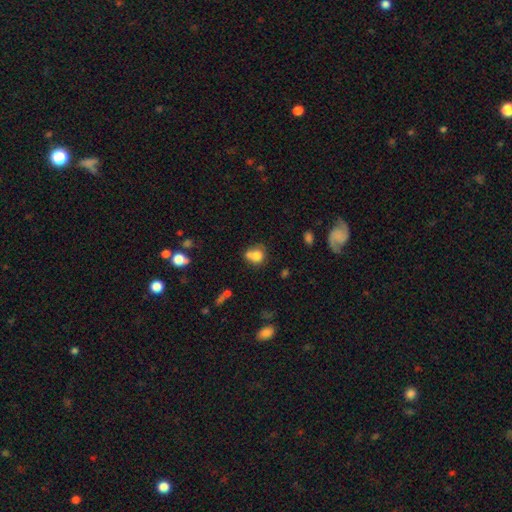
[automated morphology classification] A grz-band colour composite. It shows a smooth galaxy with no disk features (76%) that is round (62%). Merging: merger (39%).